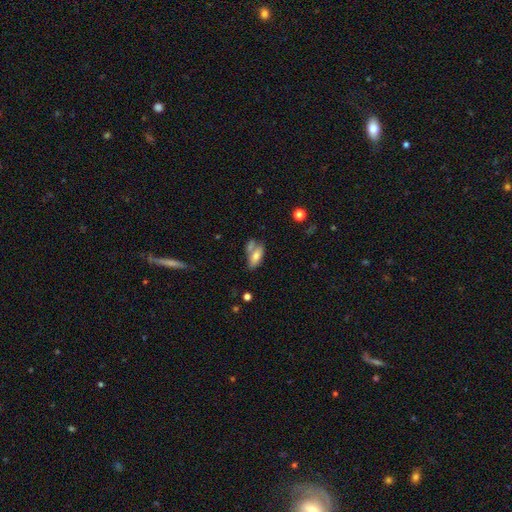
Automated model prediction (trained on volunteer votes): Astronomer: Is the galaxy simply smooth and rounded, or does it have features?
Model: smooth — 68%.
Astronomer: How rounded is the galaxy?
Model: in between — 80%.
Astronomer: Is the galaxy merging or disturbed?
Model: none — 46% (runner-up: merger, 31%).